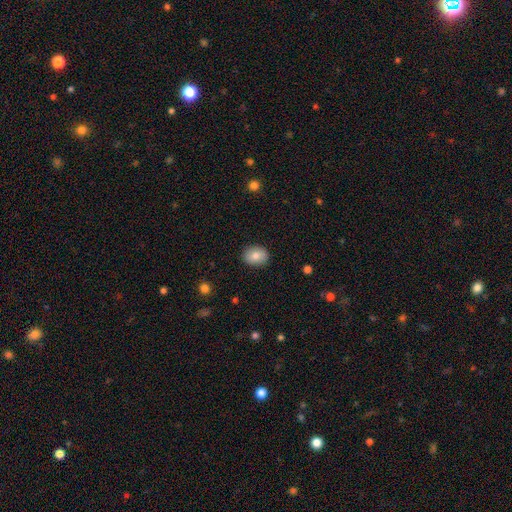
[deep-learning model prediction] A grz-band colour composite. It shows a smooth galaxy with no disk features (80%) that is in between round and cigar-shaped (60%). Merging: none (88%).